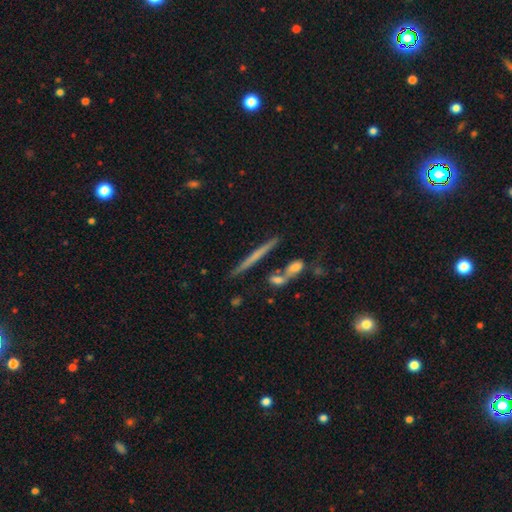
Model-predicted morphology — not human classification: This appears to be a featured or disk galaxy (53%) viewed edge-on (95%) with no central bulge (72%). Merging: none (79%).